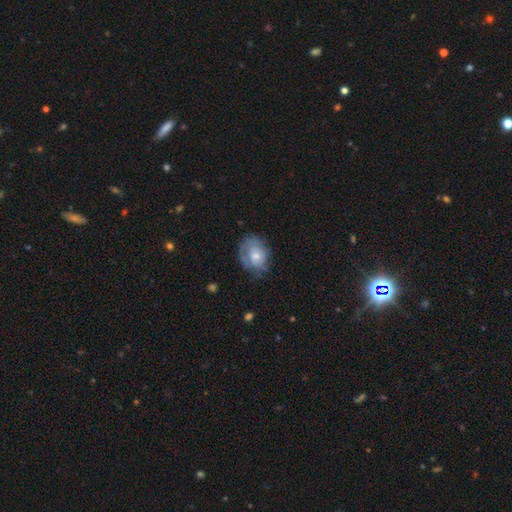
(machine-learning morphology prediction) smooth-or-featured: smooth: 49% | featured or disk: 44% | star or artifact: 7%
  merging: none: 55% | minor disturbance: 28% | major disturbance: 15% | merger: 2%